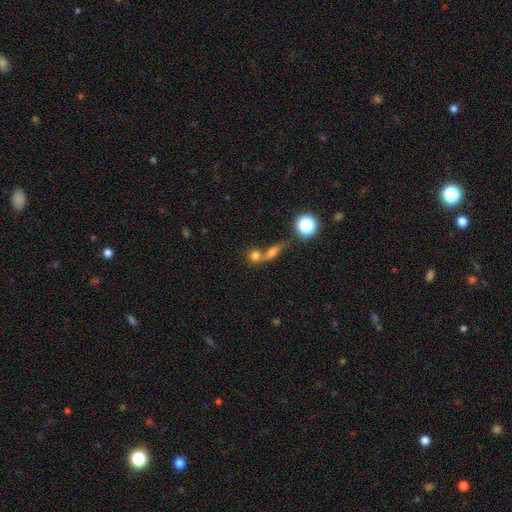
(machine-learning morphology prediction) A smooth galaxy with no disk features (70%) that is round (66%). Merging: merger (57%).